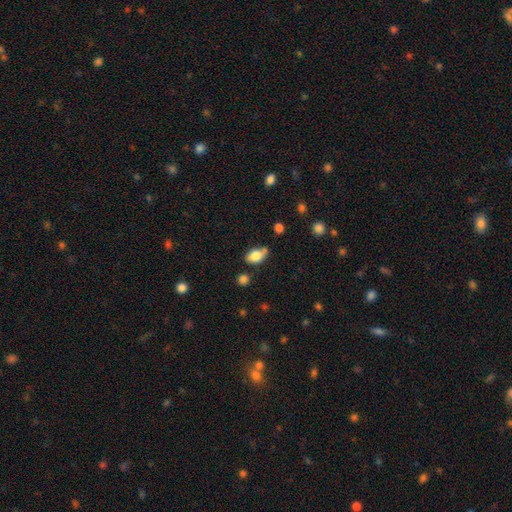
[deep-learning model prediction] Morphology: type=smooth (80%); roundness=in between (87%); merging=none (59%).